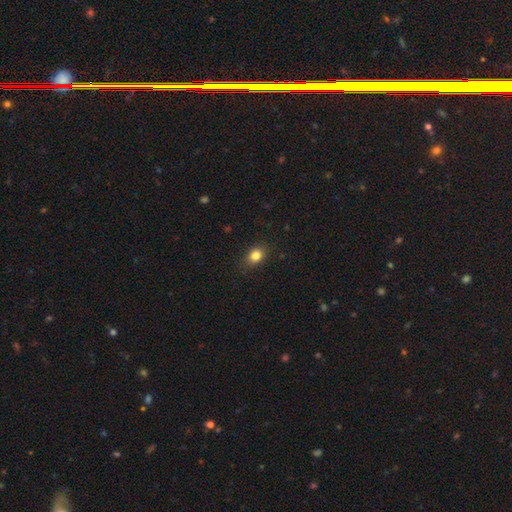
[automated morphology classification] smooth 83%, star or artifact 10%, featured or disk 6%. Down the decision tree: how rounded — in between (56%); merging — none (83%).